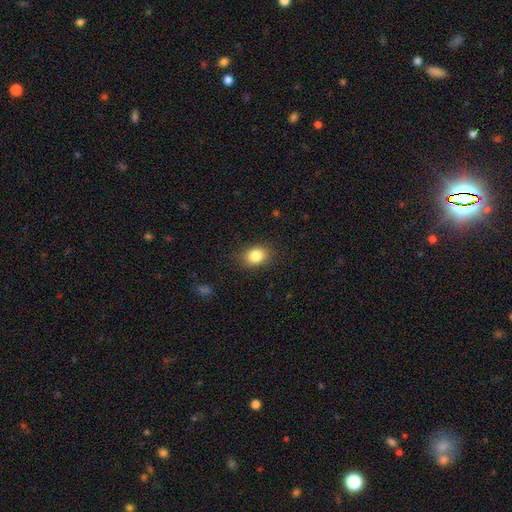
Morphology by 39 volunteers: This appears to be a smooth galaxy with no disk features (85%) that is in between round and cigar-shaped (67%). Merging: none (86%).